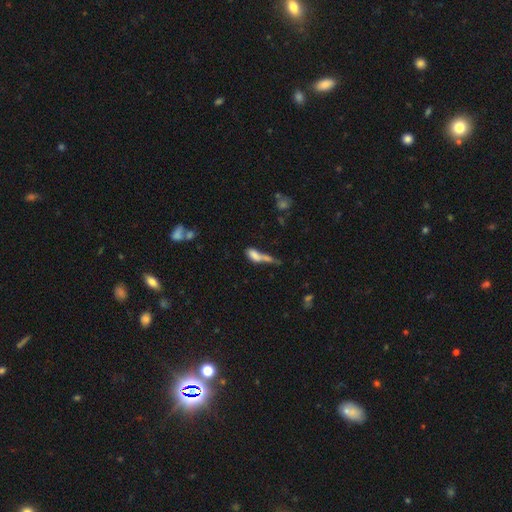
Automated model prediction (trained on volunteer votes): This appears to be a smooth galaxy with no disk features (67%) that is in between round and cigar-shaped (63%). Merging: merger (50%).